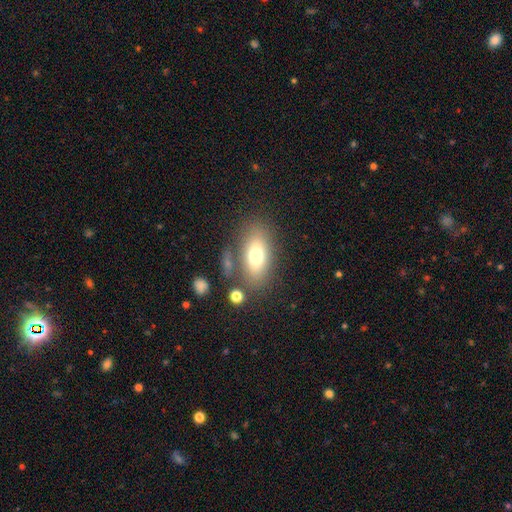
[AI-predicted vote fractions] smooth-or-featured: smooth: 71% | featured or disk: 20% | star or artifact: 9%
  how-rounded: in between: 85% | round: 8% | cigar-shaped: 7%
  merging: none: 71% | minor disturbance: 14% | merger: 8% | major disturbance: 7%